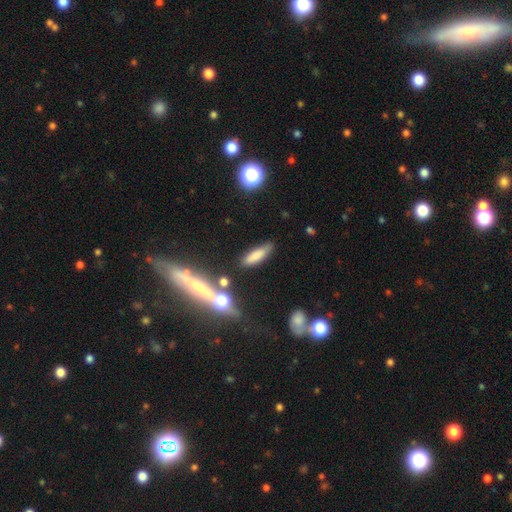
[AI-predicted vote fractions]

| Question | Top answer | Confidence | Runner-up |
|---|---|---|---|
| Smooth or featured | smooth | 74% | featured or disk (15%) |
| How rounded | cigar-shaped | 60% | in between (38%) |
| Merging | none | 71% | minor disturbance (18%) |